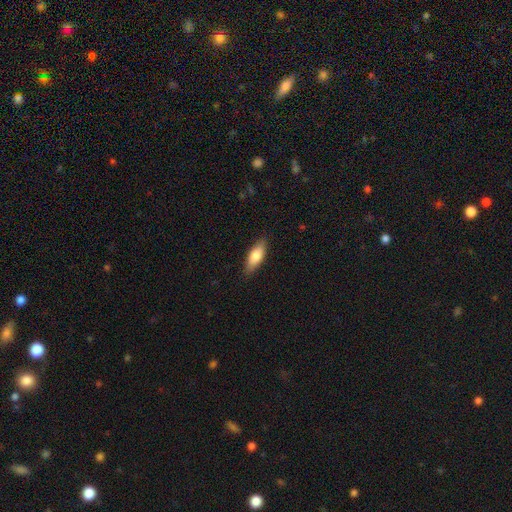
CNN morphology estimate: smooth_or_featured: smooth (p=0.73) [alt: featured or disk p=0.21]
how_rounded: in between (p=0.65) [alt: cigar-shaped p=0.33]
merging: none (p=0.86) [alt: minor disturbance p=0.11]